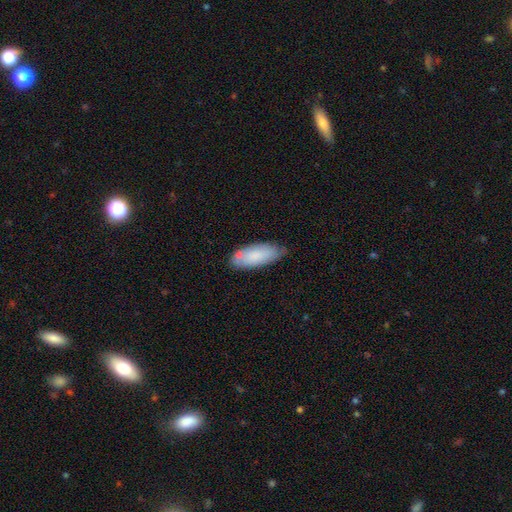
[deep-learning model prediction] Smooth or featured?
  - smooth: 78% *
  - featured or disk: 16%
  - star or artifact: 6%
How rounded?
  - in between: 77% *
  - cigar-shaped: 21%
  - round: 2%
Merging?
  - none: 65% *
  - minor disturbance: 26%
  - merger: 5%
  - major disturbance: 4%